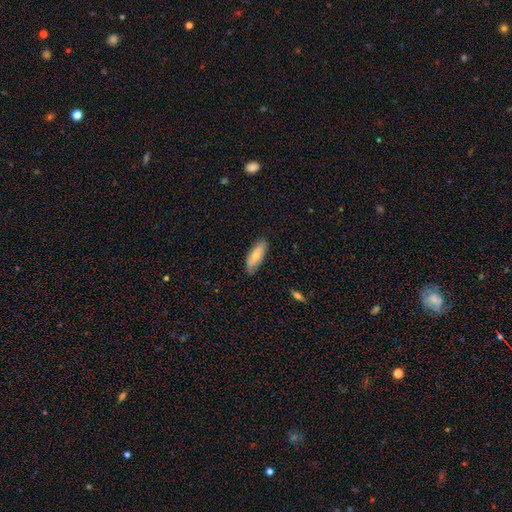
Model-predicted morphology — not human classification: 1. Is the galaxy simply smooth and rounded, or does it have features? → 67% smooth, 26% featured or disk, 6% star or artifact.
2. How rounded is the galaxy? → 72% in between, 26% cigar-shaped, 2% round.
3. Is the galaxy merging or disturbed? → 78% none, 18% minor disturbance, 3% major disturbance, 1% merger.